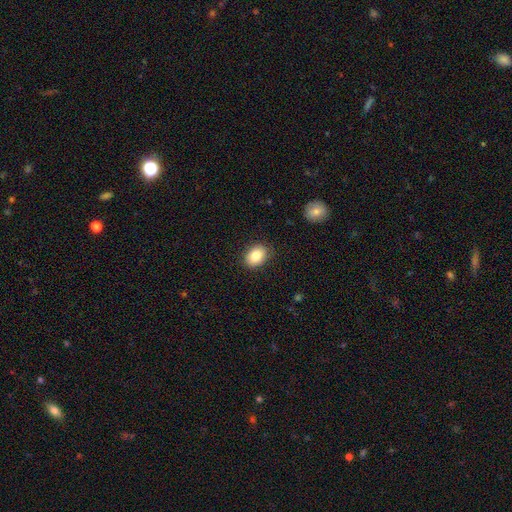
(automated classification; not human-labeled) Smooth or featured? smooth (84%)
How rounded? in between (71%)
Merging? none (88%)